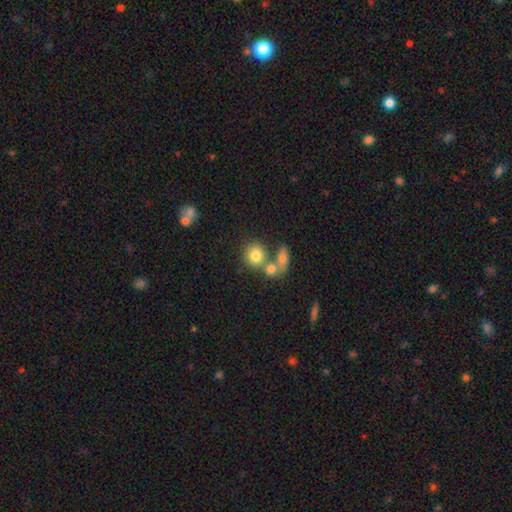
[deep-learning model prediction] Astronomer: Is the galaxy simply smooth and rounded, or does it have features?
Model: smooth — 76%.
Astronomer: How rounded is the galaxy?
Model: round — 81%.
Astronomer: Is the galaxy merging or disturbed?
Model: none — 48% (runner-up: merger, 38%).